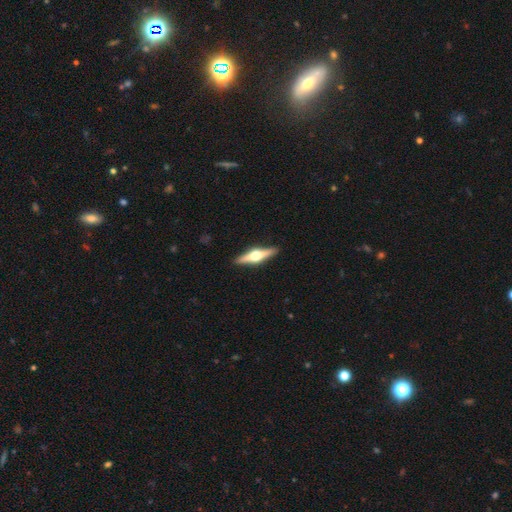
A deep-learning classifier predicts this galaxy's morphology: A featured or disk galaxy (73%) viewed edge-on (97%) with a rounded central bulge (96%).

Vote fractions:
- Smooth or featured? featured or disk: 73% / smooth: 21% / star or artifact: 5%
- Edge-on disk? yes: 97% / no: 3%
- Edge-on bulge? rounded: 96% / boxy: 2% / none: 1%
- Merging? none: 91% / minor disturbance: 6% / major disturbance: 1% / merger: 1%